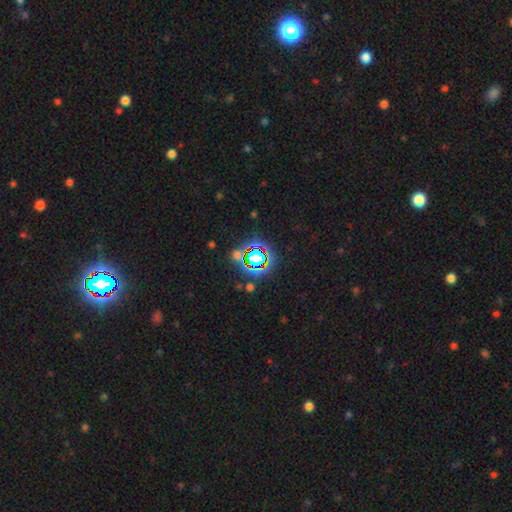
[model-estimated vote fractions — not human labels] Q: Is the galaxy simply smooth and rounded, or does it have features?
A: star or artifact — 76%.